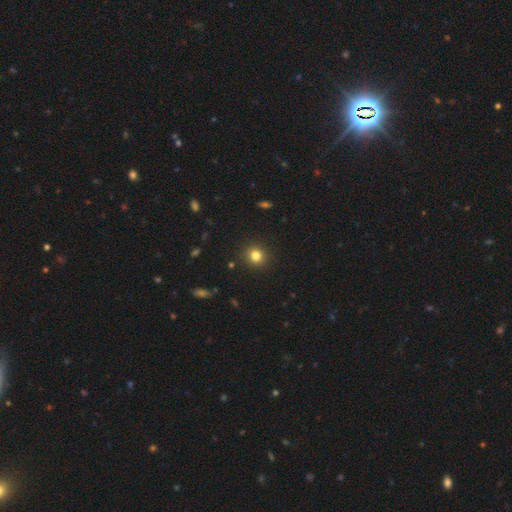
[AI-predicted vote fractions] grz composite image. It shows a smooth galaxy with no disk features (81%) that is round (89%). Merging: none (91%).